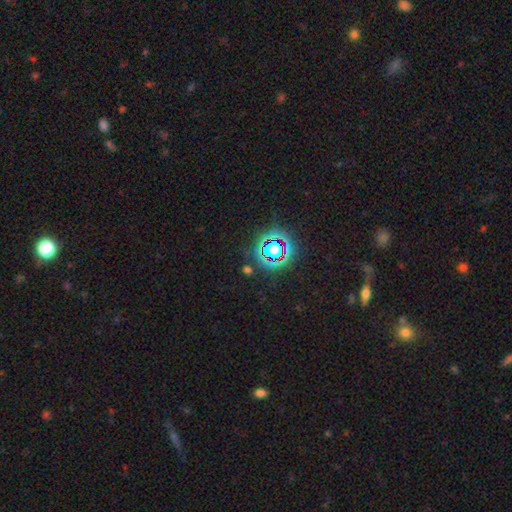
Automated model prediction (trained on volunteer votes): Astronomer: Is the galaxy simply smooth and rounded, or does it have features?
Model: star or artifact — 74%.